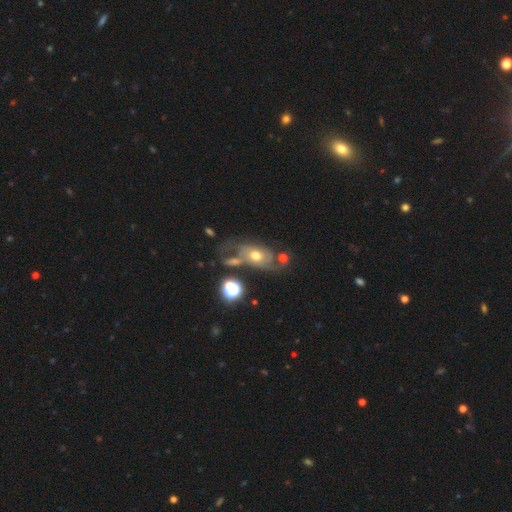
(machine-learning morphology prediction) A featured or disk galaxy (64%) with no bar (80%), spiral arms (75%) and a moderate central bulge (71%). Merging: none (36%).